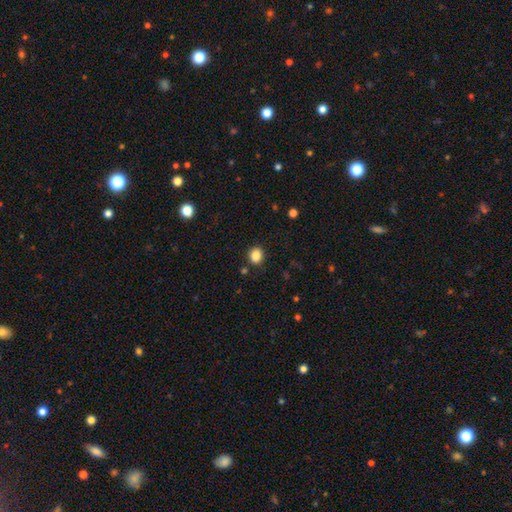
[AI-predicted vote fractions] Overall: smooth (85%). How rounded: round (69%; in between 31%). Merging: none (88%).